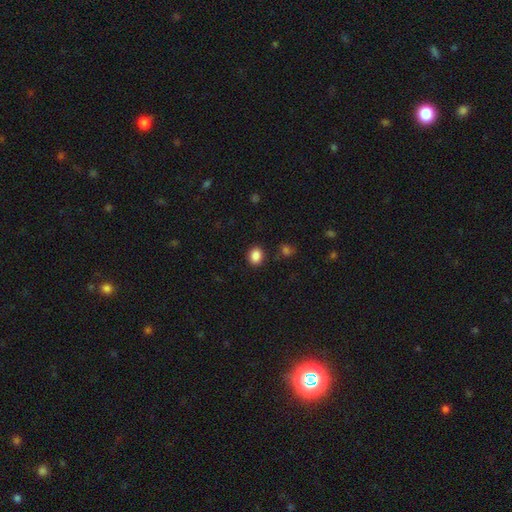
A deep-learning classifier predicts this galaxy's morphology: smooth 87%, star or artifact 10%, featured or disk 3%. Down the decision tree: how rounded — in between (50%); merging — none (87%).